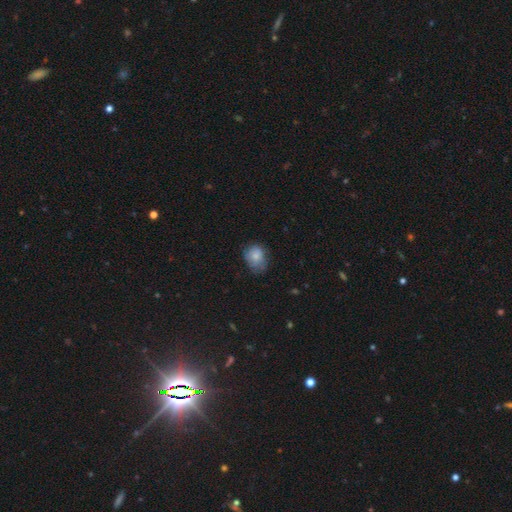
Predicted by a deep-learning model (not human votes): Smooth or featured: smooth — 78% (featured or disk — 14%)
How rounded: in between — 52% (round — 47%)
Merging: none — 52% (minor disturbance — 35%)